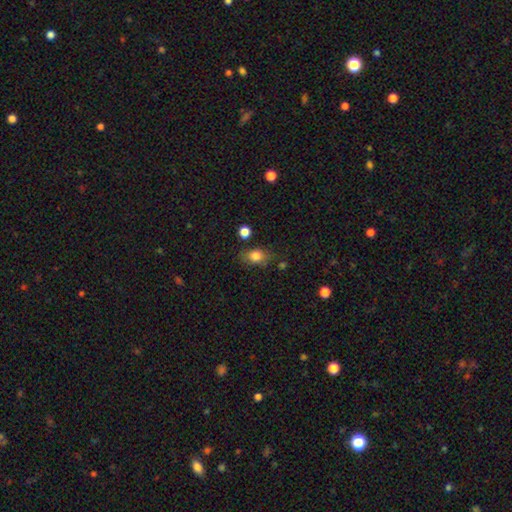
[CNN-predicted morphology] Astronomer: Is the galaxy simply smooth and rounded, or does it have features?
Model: smooth — 81%.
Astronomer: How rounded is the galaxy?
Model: in between — 69%.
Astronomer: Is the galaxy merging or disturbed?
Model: none — 74%.